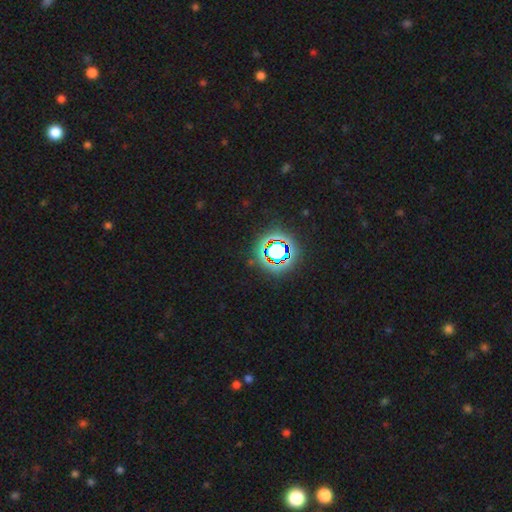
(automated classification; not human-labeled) Morphology: type=star or artifact (82%).